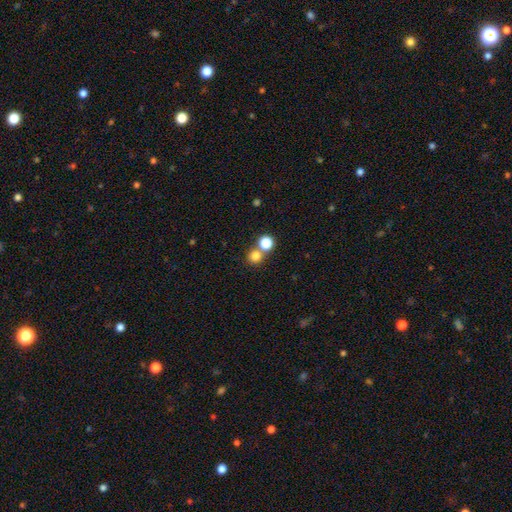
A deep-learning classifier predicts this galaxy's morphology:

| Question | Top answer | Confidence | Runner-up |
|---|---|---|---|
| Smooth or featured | smooth | 79% | star or artifact (15%) |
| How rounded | round | 91% | in between (8%) |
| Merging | none | 61% | merger (31%) |